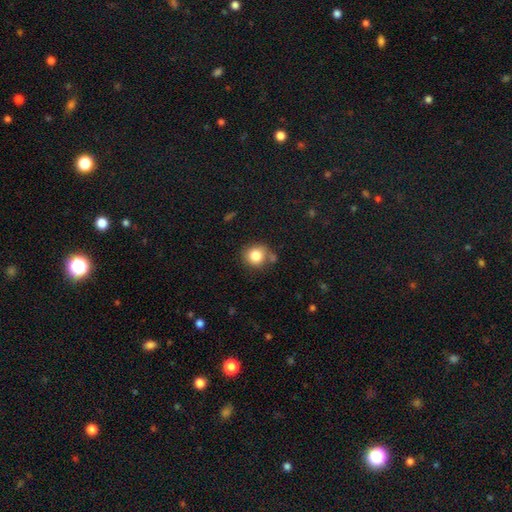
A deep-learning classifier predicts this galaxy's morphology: Smooth or featured: smooth — 82% (star or artifact — 10%)
How rounded: round — 85% (in between — 14%)
Merging: none — 71% (minor disturbance — 15%)